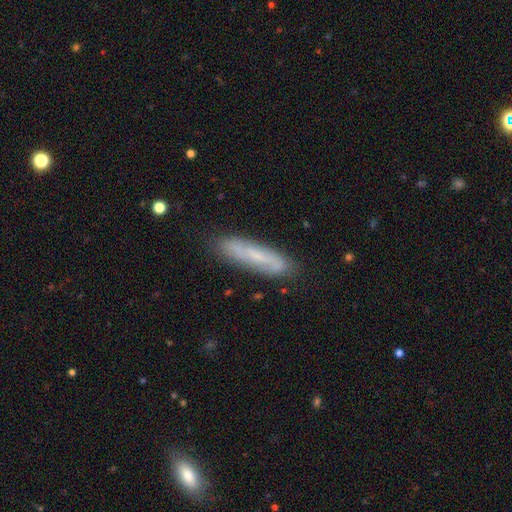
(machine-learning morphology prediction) featured or disk 48%, smooth 45%, star or artifact 7%. Down the decision tree: merging — none (83%).